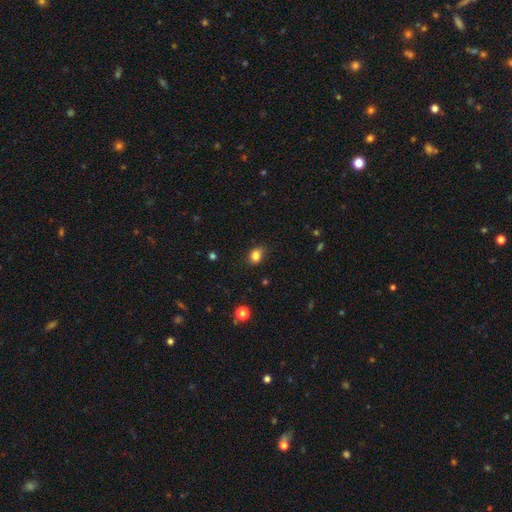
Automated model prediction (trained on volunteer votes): Smooth or featured: smooth — 83% (star or artifact — 11%)
How rounded: in between — 59% (round — 40%)
Merging: none — 80% (minor disturbance — 16%)